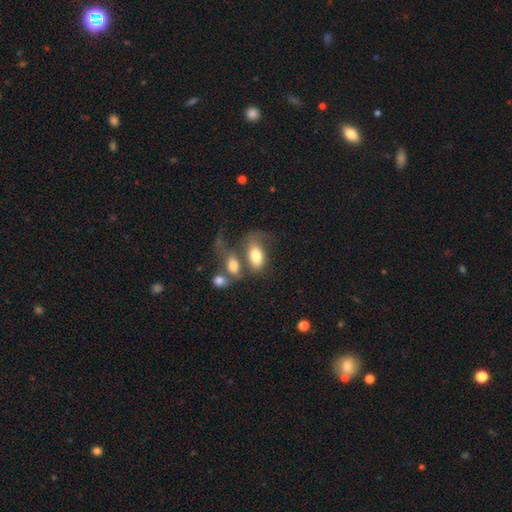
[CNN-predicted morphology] A smooth galaxy with no disk features (70%) that is in between round and cigar-shaped (90%).

Vote fractions:
- Smooth or featured? smooth: 70% / featured or disk: 22% / star or artifact: 8%
- How rounded? in between: 90% / round: 7% / cigar-shaped: 3%
- Merging? merger: 44% / none: 23% / major disturbance: 21% / minor disturbance: 13%